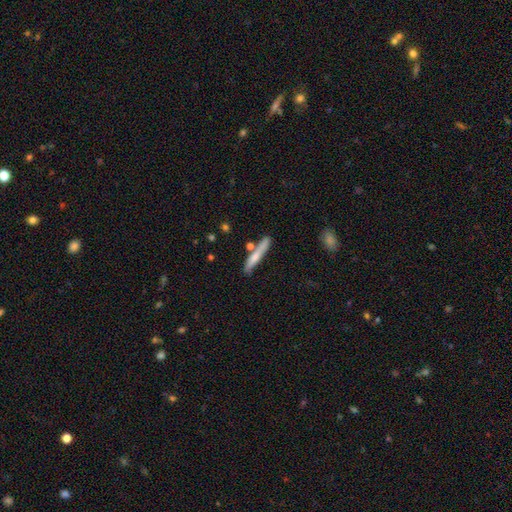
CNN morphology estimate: Q: Smooth or featured?
A: smooth (67%); runner-up: featured or disk (27%)
Q: How rounded?
A: cigar-shaped (91%); runner-up: in between (7%)
Q: Merging?
A: none (71%); runner-up: minor disturbance (16%)